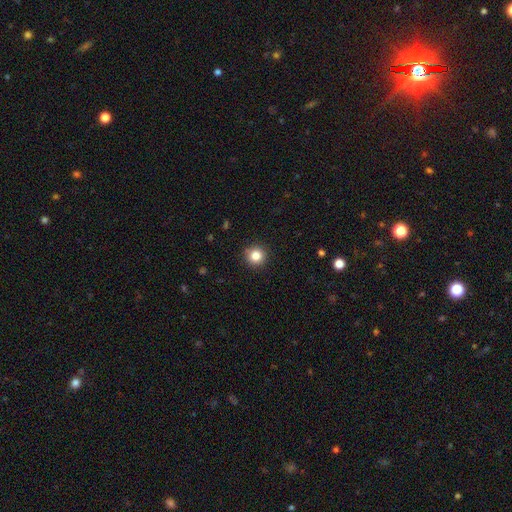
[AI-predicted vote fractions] Smooth or featured?
  - smooth: 83% *
  - star or artifact: 11%
  - featured or disk: 6%
How rounded?
  - round: 95% *
  - in between: 4%
  - cigar-shaped: 1%
Merging?
  - none: 92% *
  - minor disturbance: 6%
  - major disturbance: 2%
  - merger: 1%